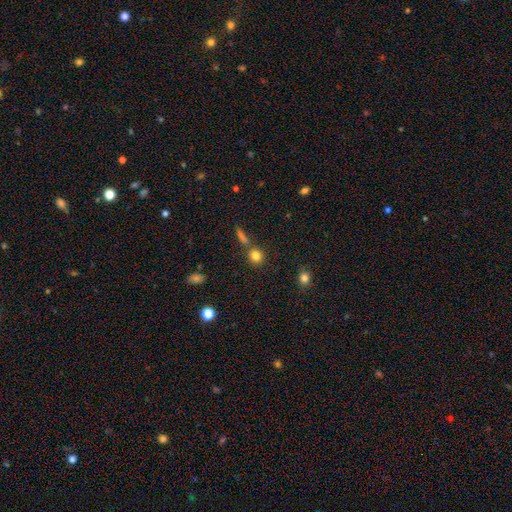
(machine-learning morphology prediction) type=smooth (81%); roundness=round (86%); merging=none (74%).